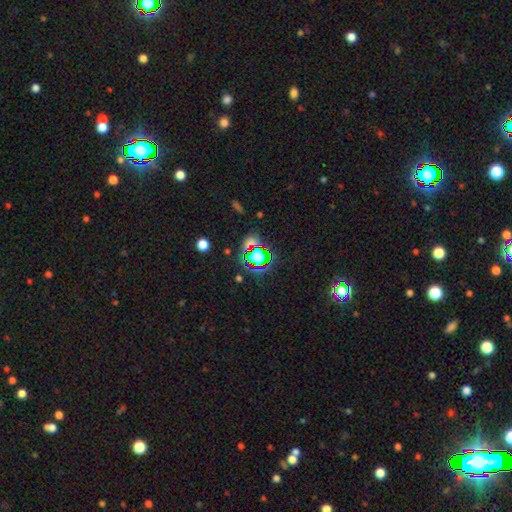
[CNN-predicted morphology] This is likely a star or artifact rather than a galaxy (60%).